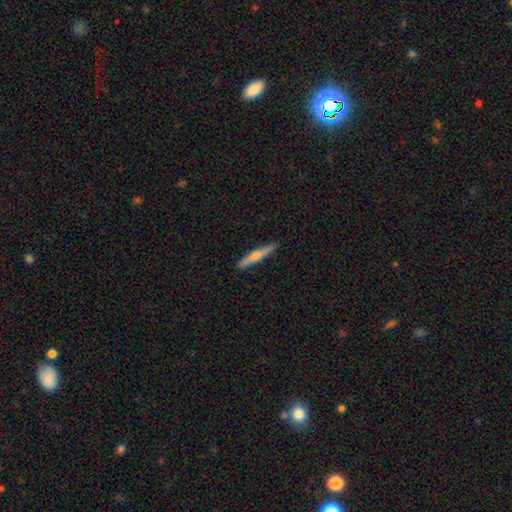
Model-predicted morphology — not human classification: type=featured or disk (58%); edge-on=yes (97%); edge-on bulge=rounded (88%); merging=none (91%).